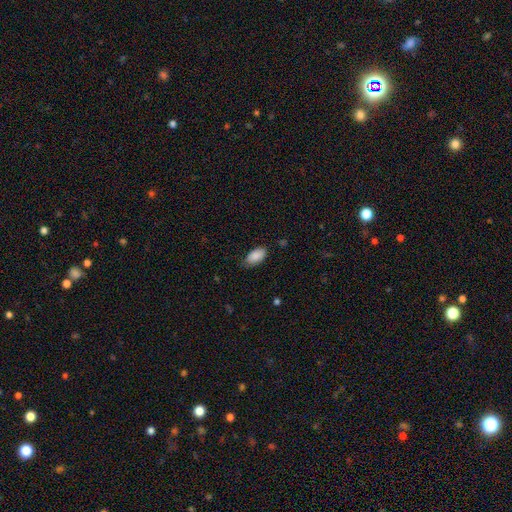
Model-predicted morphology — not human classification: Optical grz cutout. It shows a smooth galaxy with no disk features (87%) that is in between round and cigar-shaped (94%). Merging: none (72%).